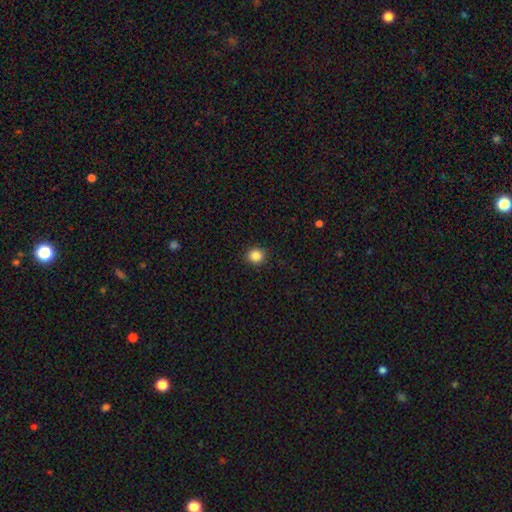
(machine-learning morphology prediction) smooth-or-featured: smooth: 86% | star or artifact: 11% | featured or disk: 4%
  how-rounded: round: 90% | in between: 9% | cigar-shaped: 1%
  merging: none: 92% | minor disturbance: 6% | major disturbance: 2% | merger: 1%